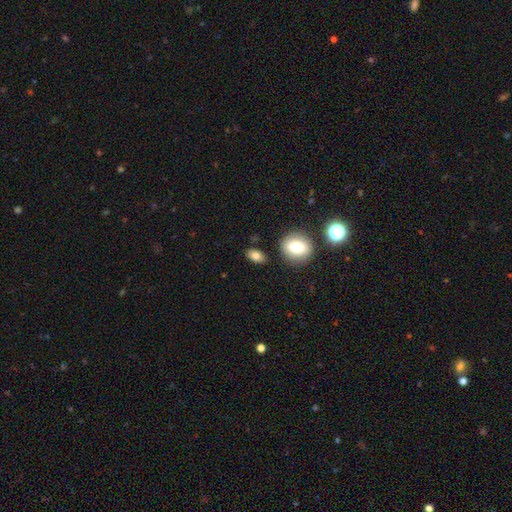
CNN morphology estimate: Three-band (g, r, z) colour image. It shows a smooth galaxy with no disk features (81%) that is in between round and cigar-shaped (82%). Merging: none (83%).